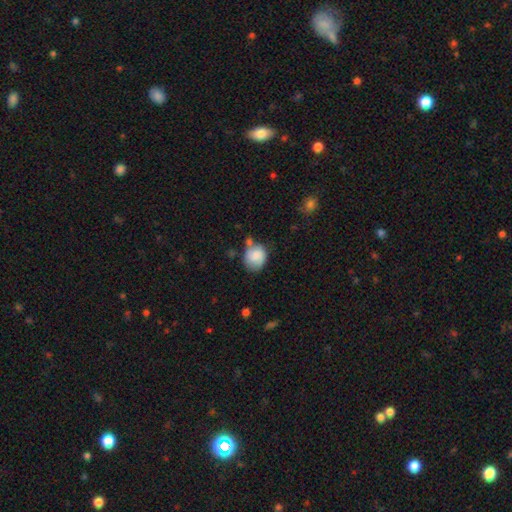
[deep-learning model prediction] Morphology: type=smooth (81%); roundness=round (67%); merging=none (48%).